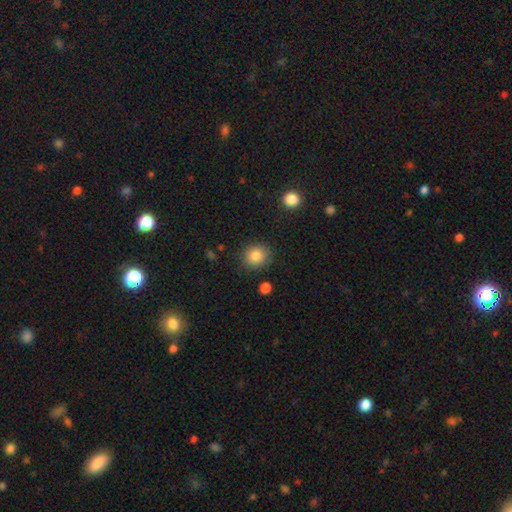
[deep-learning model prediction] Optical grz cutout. It shows a smooth galaxy with no disk features (84%) that is round (81%). Merging: none (86%).